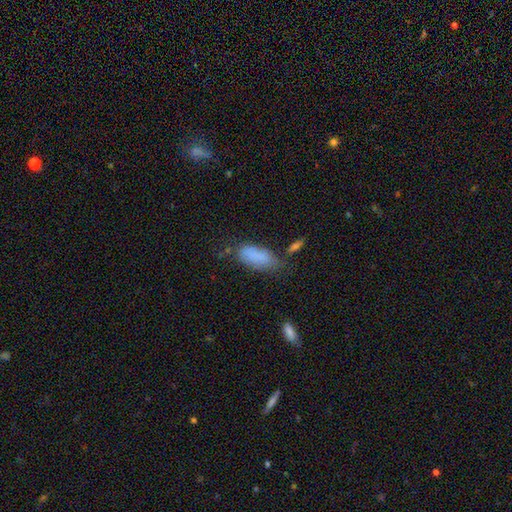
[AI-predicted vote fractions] This appears to be a smooth galaxy with no disk features (82%) that is in between round and cigar-shaped (82%). Merging: none (50%).